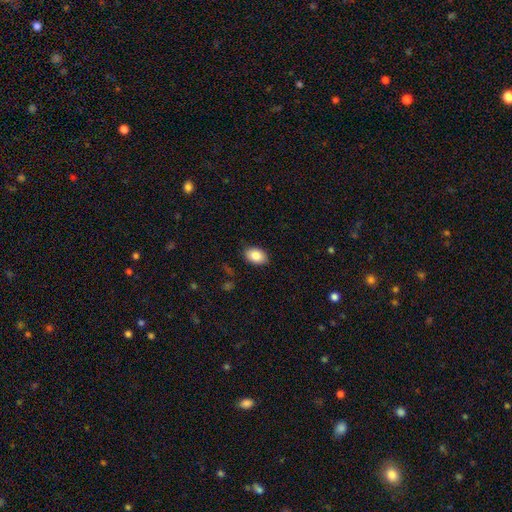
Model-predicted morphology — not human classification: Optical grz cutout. It shows a smooth galaxy with no disk features (87%) that is in between round and cigar-shaped (86%). Merging: none (87%).